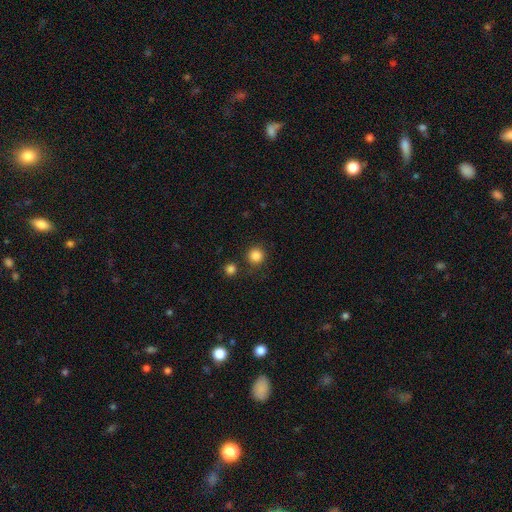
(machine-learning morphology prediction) This appears to be a smooth galaxy with no disk features (85%) that is round (94%). Merging: none (84%).